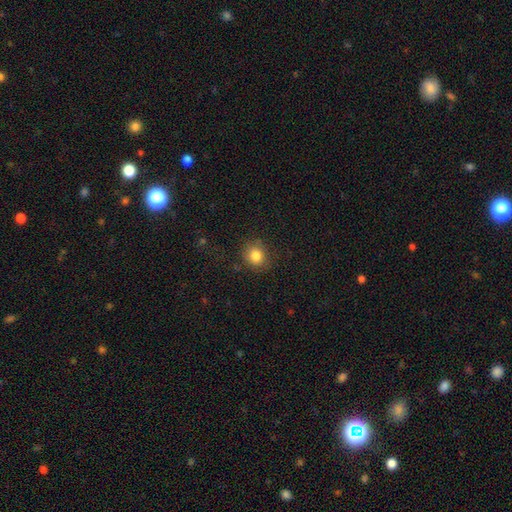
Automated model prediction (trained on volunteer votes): smooth 83%, star or artifact 11%, featured or disk 6%. Down the decision tree: how rounded — round (78%); merging — none (81%).